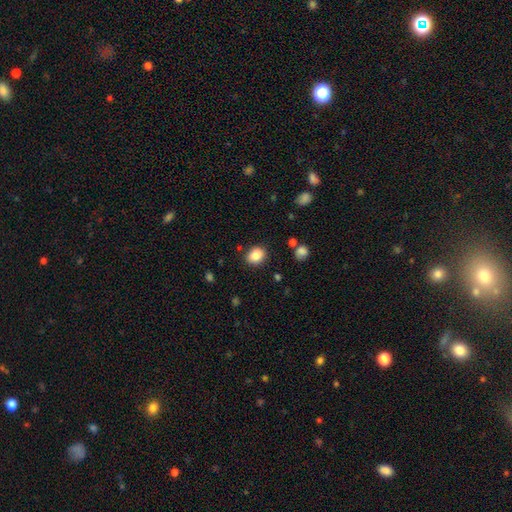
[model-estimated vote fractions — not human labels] Smooth or featured? smooth (85%)
How rounded? round (56%)
Merging? none (87%)